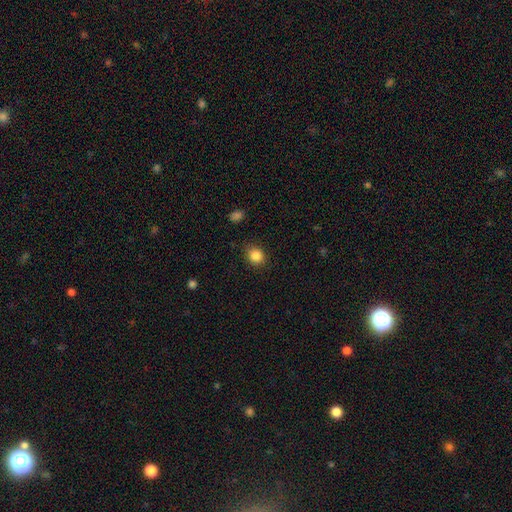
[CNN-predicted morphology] The model was most divided on "how rounded": round: 75%, in between: 24%, cigar-shaped: 1%. More confident: merging — none (86%); smooth or featured — smooth (85%).